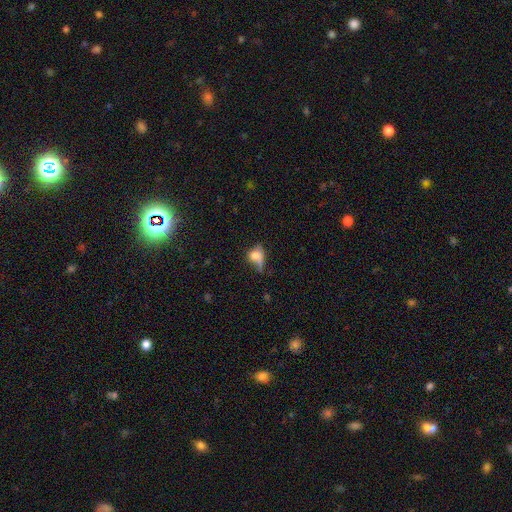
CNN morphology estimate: smooth 65%, featured or disk 22%, star or artifact 13%. Down the decision tree: how rounded — in between (54%); merging — major disturbance (33%).